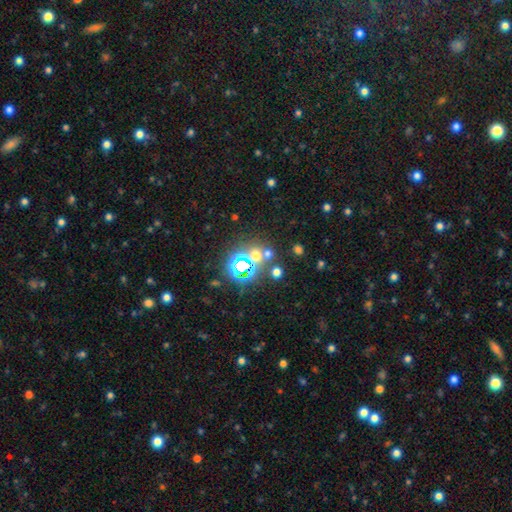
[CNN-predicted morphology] smooth-or-featured: star or artifact: 50% | smooth: 40% | featured or disk: 10%